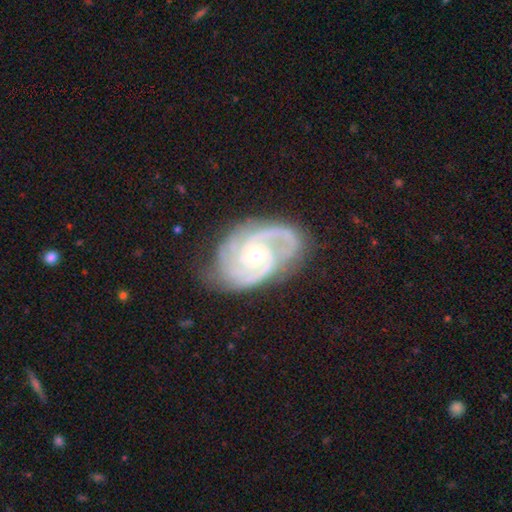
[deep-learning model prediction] The model was most divided on "spiral arm count" (2-way tie): 2: 39%, 3: 39%, can't tell: 7%, 4: 6%, 1: 4%, more than 4: 4%. More confident: spiral arms — yes (99%); edge-on disk — no (98%); smooth or featured — featured or disk (92%); merging — none (75%); bar — no (67%); spiral winding — tight (62%); bulge size — small (58%).